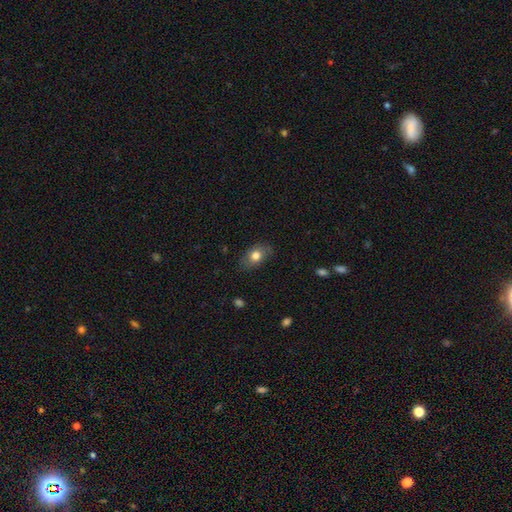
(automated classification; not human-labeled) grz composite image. It shows a smooth galaxy with no disk features (77%) that is in between round and cigar-shaped (81%). Merging: none (81%).